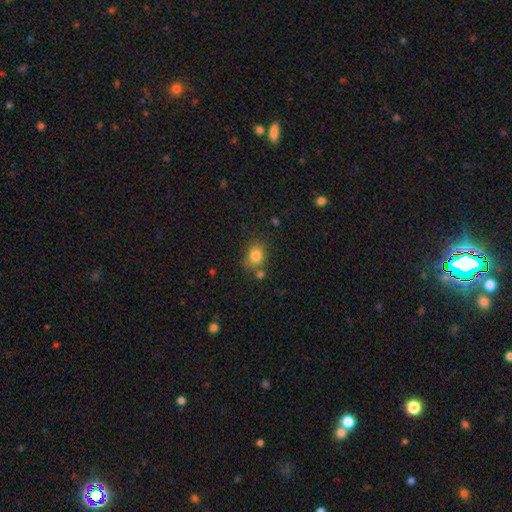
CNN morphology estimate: smooth 81%, star or artifact 11%, featured or disk 8%. Down the decision tree: how rounded — round (54%); merging — none (67%).